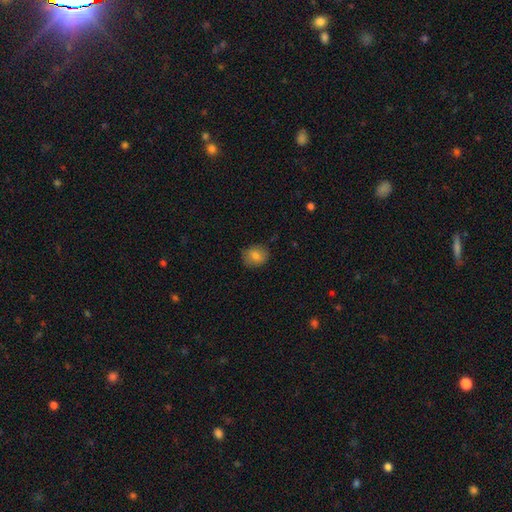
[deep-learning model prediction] This appears to be a smooth galaxy with no disk features (78%) that is round (66%). Merging: none (79%).